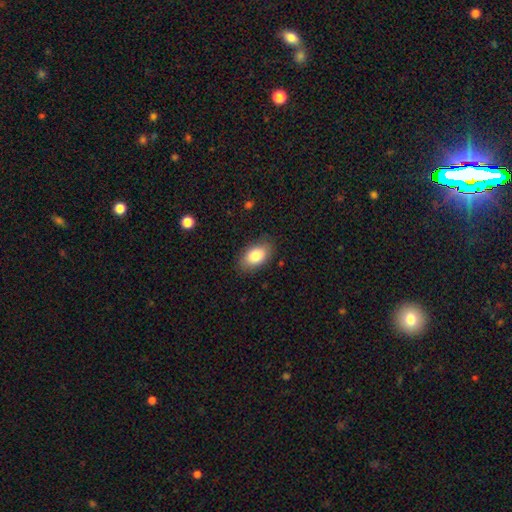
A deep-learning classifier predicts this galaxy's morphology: Smooth or featured: smooth — 83% (featured or disk — 10%)
How rounded: in between — 92% (round — 6%)
Merging: none — 85% (minor disturbance — 11%)